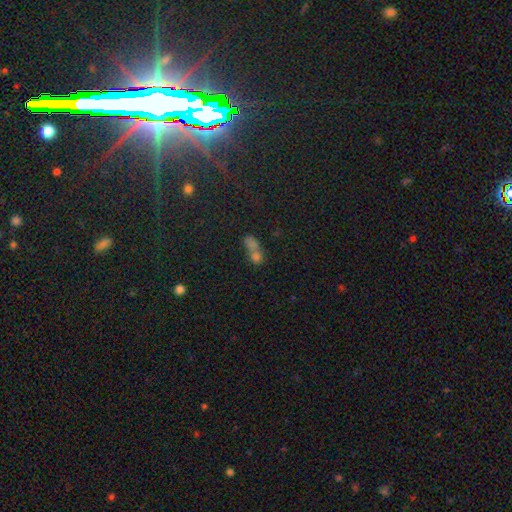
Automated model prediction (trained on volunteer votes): The model was most divided on "how rounded": in between: 49%, round: 48%, cigar-shaped: 4%. More confident: merging — merger (68%); smooth or featured — smooth (64%).